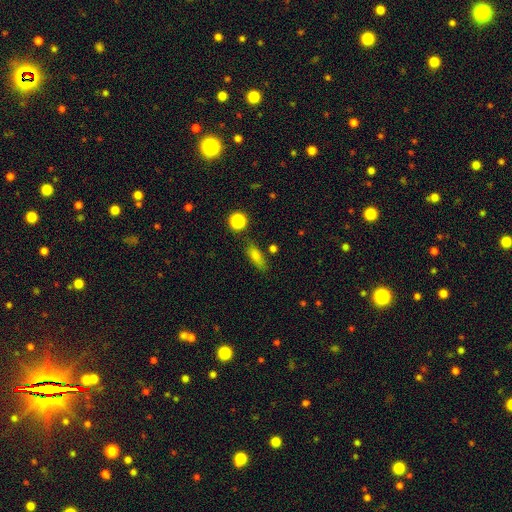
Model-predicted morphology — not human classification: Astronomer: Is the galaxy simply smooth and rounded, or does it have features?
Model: smooth — 78%.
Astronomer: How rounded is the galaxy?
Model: in between — 58% (runner-up: cigar-shaped, 36%).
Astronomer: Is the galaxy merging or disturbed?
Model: none — 73%.